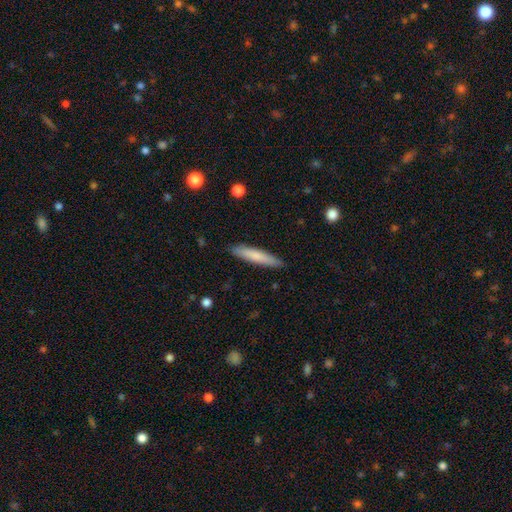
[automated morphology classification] Overall: smooth (75%). How rounded: cigar-shaped (90%). Merging: none (90%).